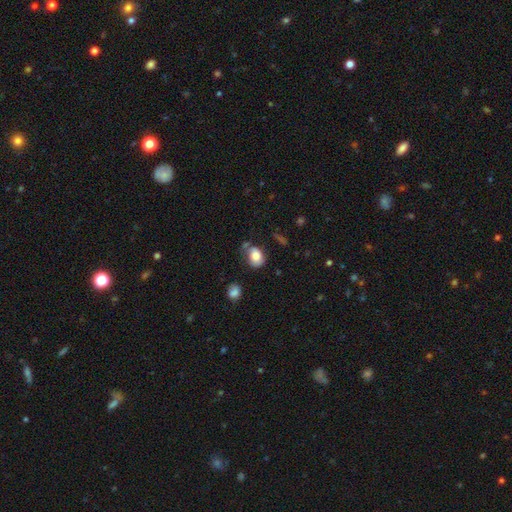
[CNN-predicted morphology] Smooth or featured?
  - smooth: 79% *
  - featured or disk: 13%
  - star or artifact: 8%
How rounded?
  - in between: 67% *
  - round: 32%
  - cigar-shaped: 1%
Merging?
  - none: 52% *
  - minor disturbance: 27%
  - major disturbance: 11%
  - merger: 10%